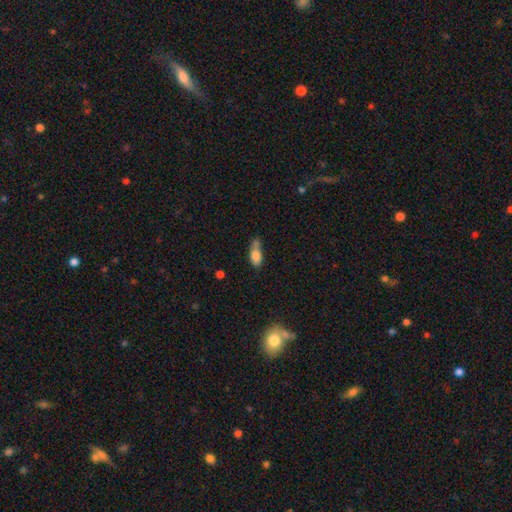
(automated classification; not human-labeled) Smooth or featured? smooth (79%)
How rounded? in between (80%)
Merging? none (37%)